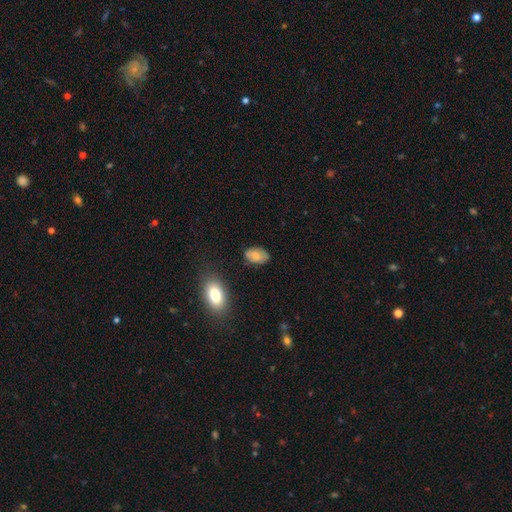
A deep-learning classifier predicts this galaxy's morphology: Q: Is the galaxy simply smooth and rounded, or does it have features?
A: smooth — 73%.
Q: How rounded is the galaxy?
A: in between — 91%.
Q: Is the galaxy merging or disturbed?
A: none — 74%.